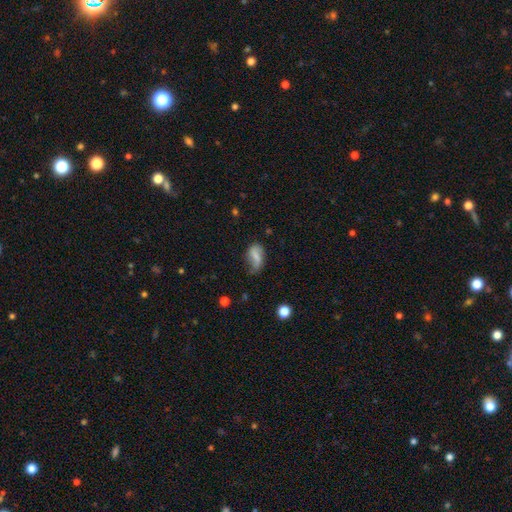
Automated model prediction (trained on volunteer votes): A smooth galaxy with no disk features (53%) that is in between round and cigar-shaped (85%). Merging: none (46%).